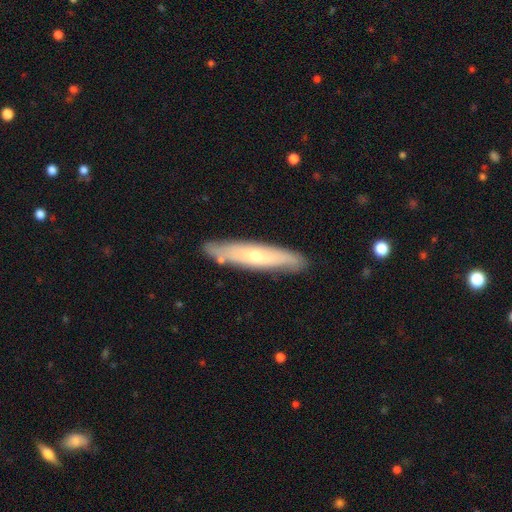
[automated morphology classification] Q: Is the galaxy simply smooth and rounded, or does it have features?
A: featured or disk — 55%.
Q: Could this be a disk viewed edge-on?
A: yes — 61%.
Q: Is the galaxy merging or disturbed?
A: none — 83%.